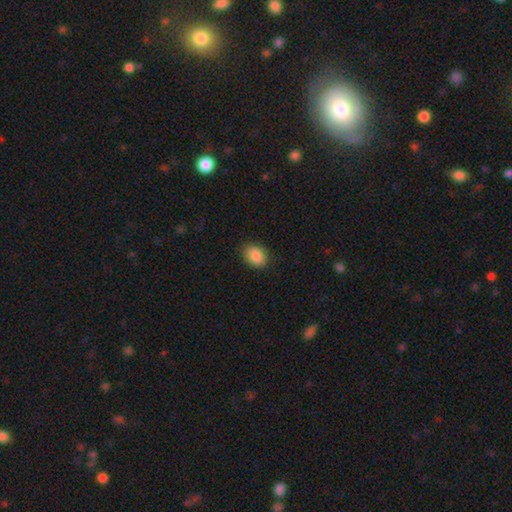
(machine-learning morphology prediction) Overall: smooth (88%). How rounded: in between (71%). Merging: none (83%).